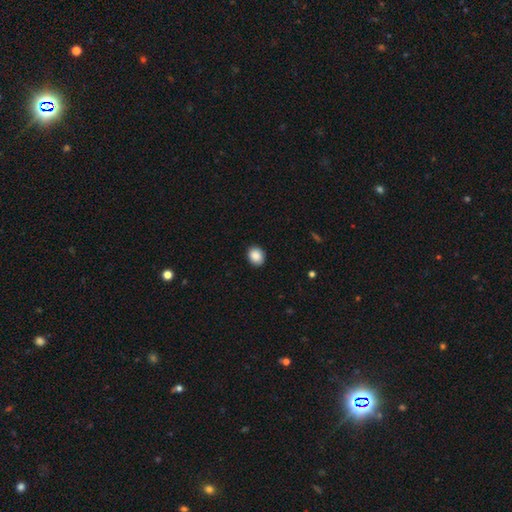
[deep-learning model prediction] The model was most divided on "how rounded": round: 67%, in between: 33%, cigar-shaped: 1%. More confident: merging — none (90%); smooth or featured — smooth (89%).